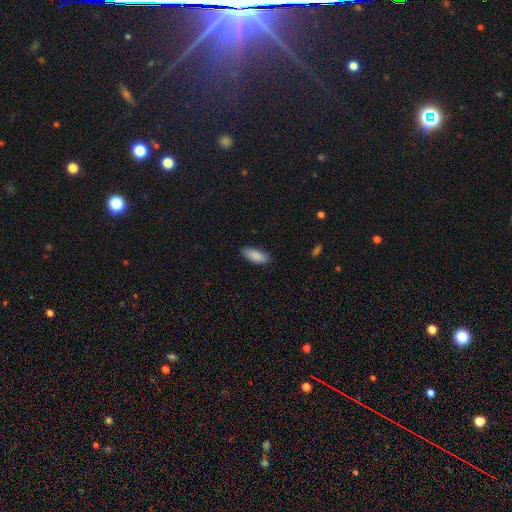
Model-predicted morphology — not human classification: smooth_or_featured: smooth (p=0.87) [alt: featured or disk p=0.07]
how_rounded: in between (p=0.80) [alt: cigar-shaped p=0.18]
merging: none (p=0.86) [alt: minor disturbance p=0.11]